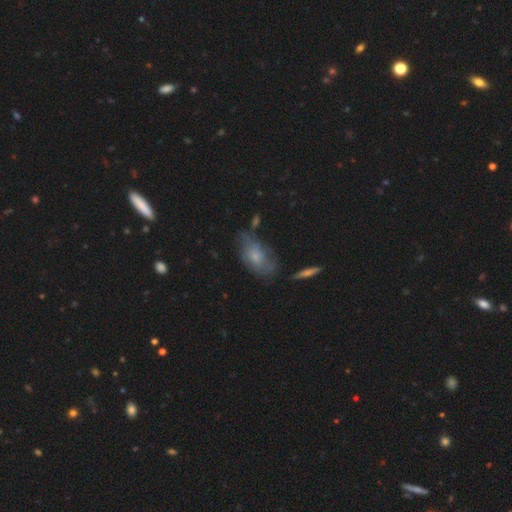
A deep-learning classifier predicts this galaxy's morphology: type=smooth (58%); roundness=in between (89%); merging=none (48%).